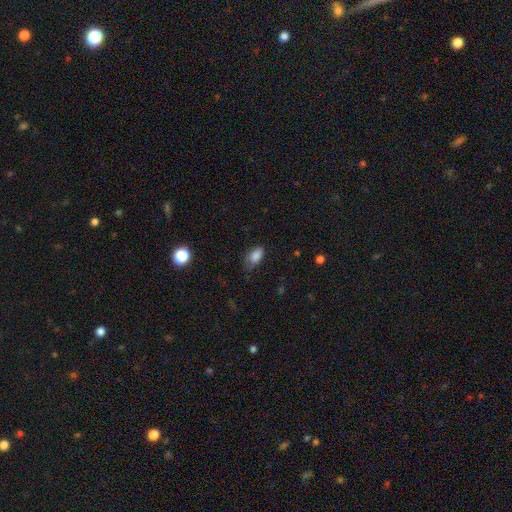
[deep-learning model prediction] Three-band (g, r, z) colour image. It shows a smooth galaxy with no disk features (84%) that is in between round and cigar-shaped (91%). Merging: none (56%).